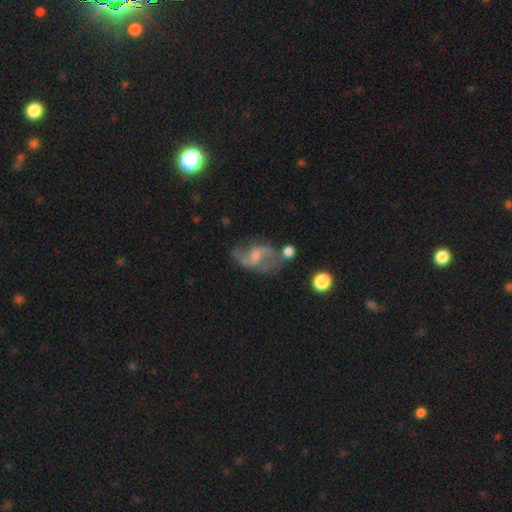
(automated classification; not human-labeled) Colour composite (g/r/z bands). It shows a featured or disk galaxy (80%) with a weak bar (55%), 2 (88%) loose (63%) spiral arms (91%) and a small central bulge (41%). Merging: none (61%).